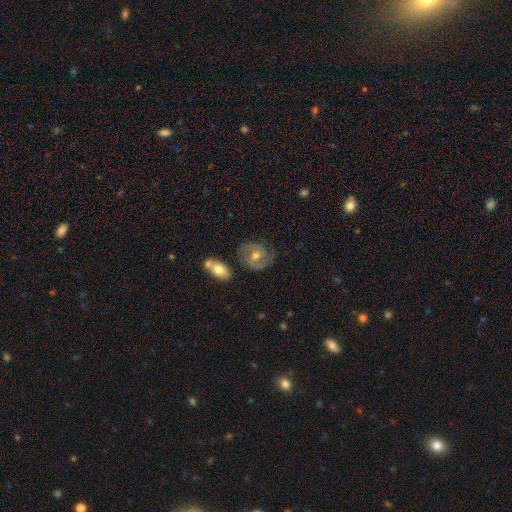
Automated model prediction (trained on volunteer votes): Smooth or featured: featured or disk — 72% (smooth — 20%)
Edge-on disk: no — 97% (yes — 3%)
Bar: no — 52% (weak — 38%)
Spiral arms: yes — 90% (no — 10%)
Spiral winding: medium — 46% (tight — 38%)
Spiral arm count: 2 — 83% (can't tell — 9%)
Bulge size: moderate — 65% (small — 30%)
Merging: none — 74% (minor disturbance — 16%)